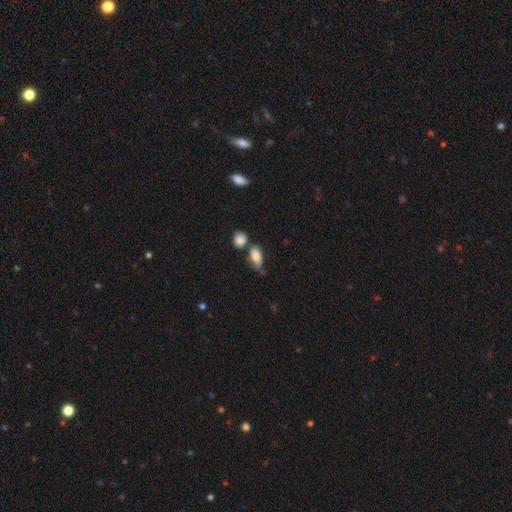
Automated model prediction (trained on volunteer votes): Smooth or featured?
  - smooth: 81% *
  - featured or disk: 11%
  - star or artifact: 8%
How rounded?
  - in between: 85% *
  - round: 8%
  - cigar-shaped: 7%
Merging?
  - none: 36% *
  - minor disturbance: 27%
  - merger: 26%
  - major disturbance: 11%